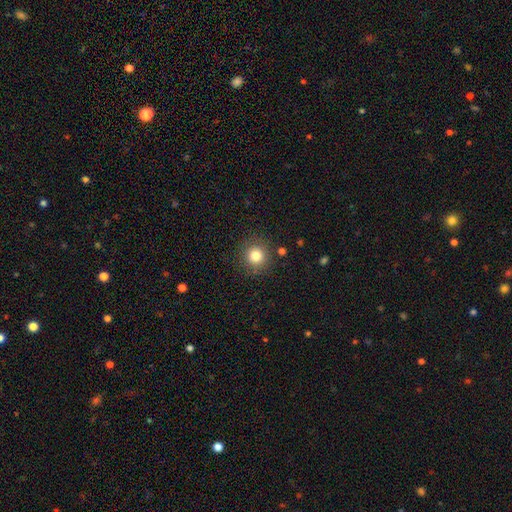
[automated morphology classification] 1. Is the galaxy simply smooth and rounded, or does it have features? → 81% smooth, 12% star or artifact, 7% featured or disk.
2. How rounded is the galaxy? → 94% round, 5% in between, 1% cigar-shaped.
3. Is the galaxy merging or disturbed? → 87% none, 8% minor disturbance, 3% major disturbance, 2% merger.